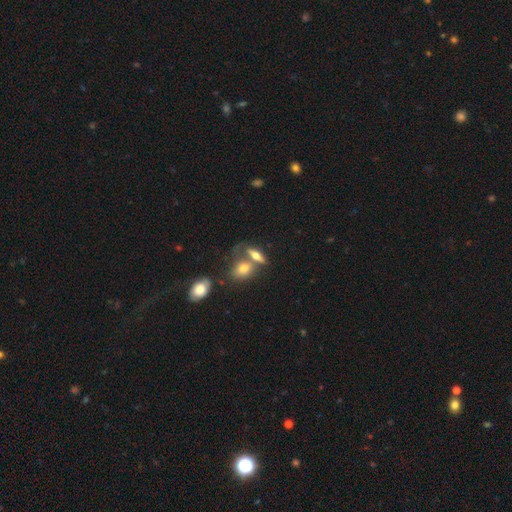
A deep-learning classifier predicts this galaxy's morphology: A smooth galaxy with no disk features (56%) that is in between round and cigar-shaped (64%).

Vote fractions:
- Smooth or featured? smooth: 56% / featured or disk: 34% / star or artifact: 10%
- How rounded? in between: 64% / cigar-shaped: 26% / round: 10%
- Merging? none: 45% / merger: 37% / minor disturbance: 12% / major disturbance: 6%